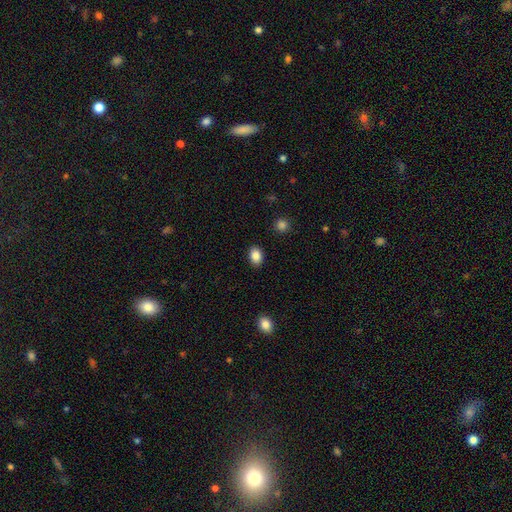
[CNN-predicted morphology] smooth 87%, star or artifact 9%, featured or disk 5%. Down the decision tree: how rounded — in between (75%); merging — none (89%).